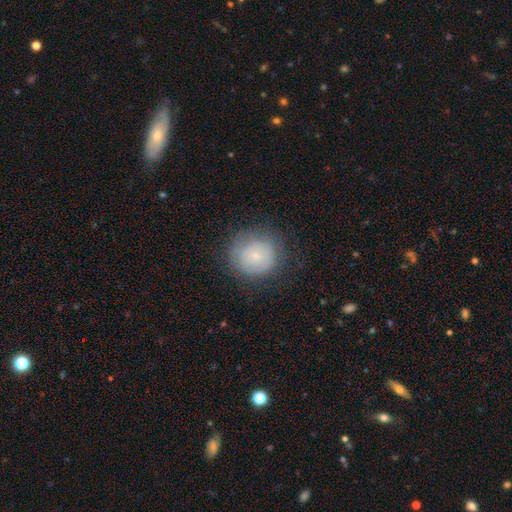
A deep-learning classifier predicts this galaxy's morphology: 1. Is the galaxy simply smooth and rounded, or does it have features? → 69% smooth, 22% featured or disk, 9% star or artifact.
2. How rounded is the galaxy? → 88% round, 11% in between, 1% cigar-shaped.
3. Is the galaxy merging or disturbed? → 78% none, 15% minor disturbance, 6% major disturbance, 1% merger.